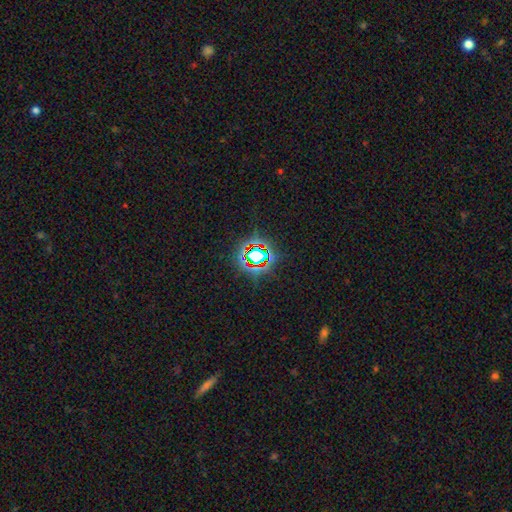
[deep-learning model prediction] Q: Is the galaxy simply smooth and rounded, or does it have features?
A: star or artifact — 72%.